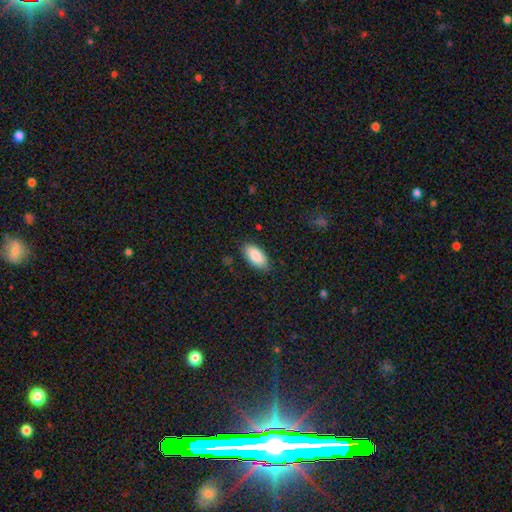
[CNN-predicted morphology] Overall: smooth (88%). How rounded: in between (92%). Merging: none (85%).